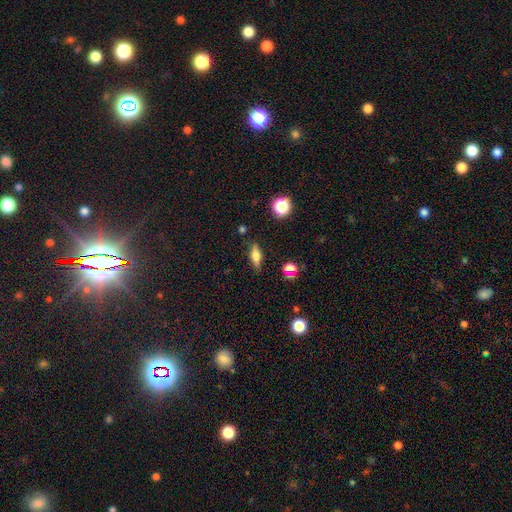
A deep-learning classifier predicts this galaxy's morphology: A smooth galaxy with no disk features (61%) that is in between round and cigar-shaped (57%). Merging: none (83%).